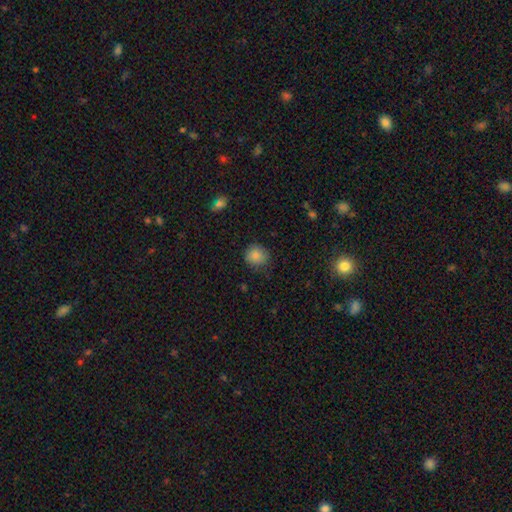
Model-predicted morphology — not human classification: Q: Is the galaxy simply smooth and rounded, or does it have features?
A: smooth — 85%.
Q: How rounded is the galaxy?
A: round — 85%.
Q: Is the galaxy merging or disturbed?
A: none — 82%.